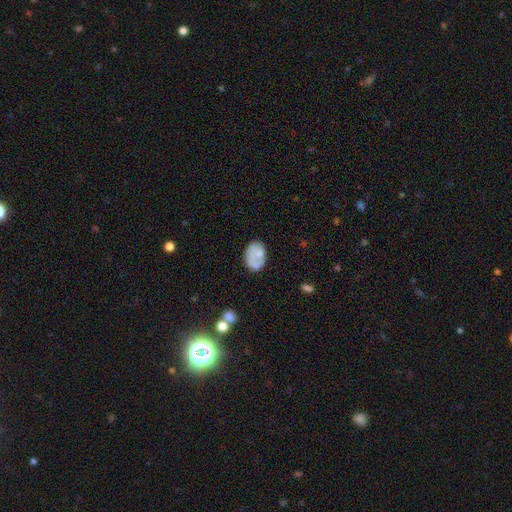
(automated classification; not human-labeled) Smooth or featured? Predicted: smooth (p=0.72). How rounded? Predicted: in between (p=0.85). Merging? Predicted: none (p=0.57).